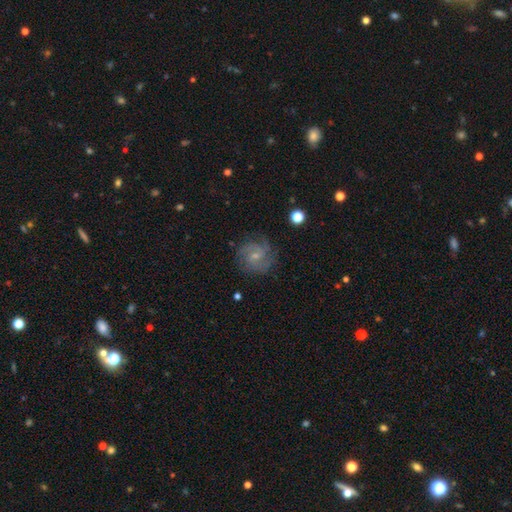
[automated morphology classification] A featured or disk galaxy (73%) with no bar (51%), 2 (28%, tied with can't tell) tight (43%, tied with medium) spiral arms (92%) and a small central bulge (66%).

Vote fractions:
- Smooth or featured? featured or disk: 73% / smooth: 19% / star or artifact: 8%
- Edge-on disk? no: 98% / yes: 2%
- Bar? no: 51% / weak: 43% / strong: 6%
- Spiral arms? yes: 92% / no: 8%
- Spiral winding? tight: 43% (tied) / medium: 43% (tied) / loose: 14%
- Spiral arm count? 2: 28% (tied) / can't tell: 28% (tied) / 3: 26% / 4: 8% / 1: 6% / more than 4: 5%
- Bulge size? small: 66% / moderate: 27% / none: 5% / large: 1% / dominant: 1%
- Merging? none: 74% / minor disturbance: 17% / major disturbance: 8% / merger: 1%